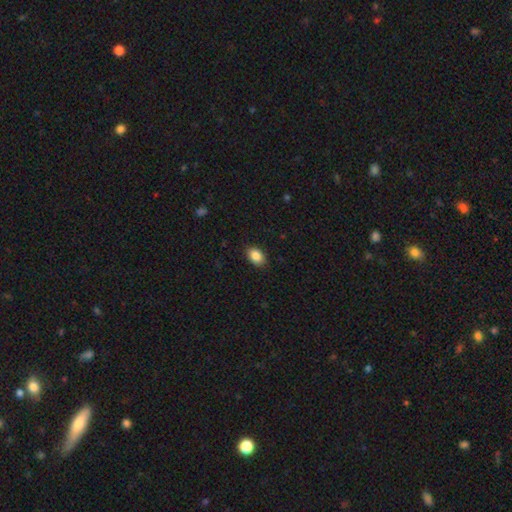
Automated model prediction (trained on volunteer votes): Smooth or featured: smooth — 87% (star or artifact — 8%)
How rounded: in between — 80% (round — 19%)
Merging: none — 88% (minor disturbance — 9%)